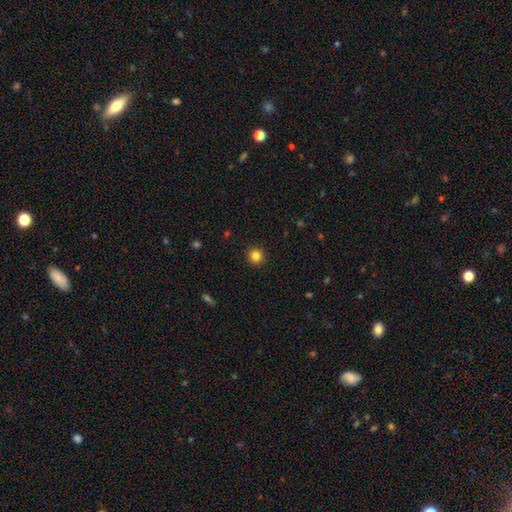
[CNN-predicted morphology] smooth_or_featured: smooth (p=0.84) [alt: star or artifact p=0.12]
how_rounded: round (p=0.94) [alt: in between p=0.05]
merging: none (p=0.92) [alt: minor disturbance p=0.05]